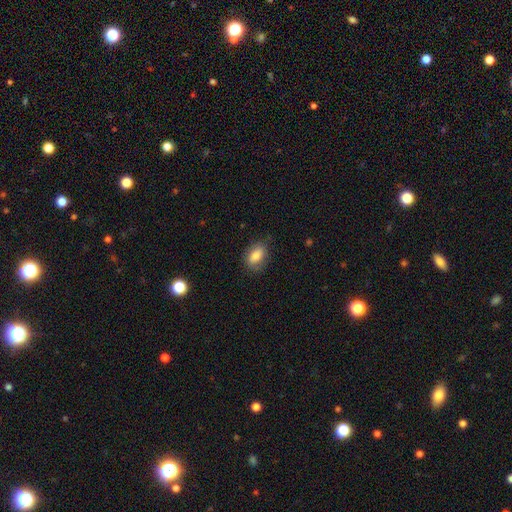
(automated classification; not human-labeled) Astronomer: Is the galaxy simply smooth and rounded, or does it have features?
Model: smooth — 81%.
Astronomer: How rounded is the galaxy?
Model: in between — 87%.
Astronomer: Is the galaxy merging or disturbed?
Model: none — 73%.